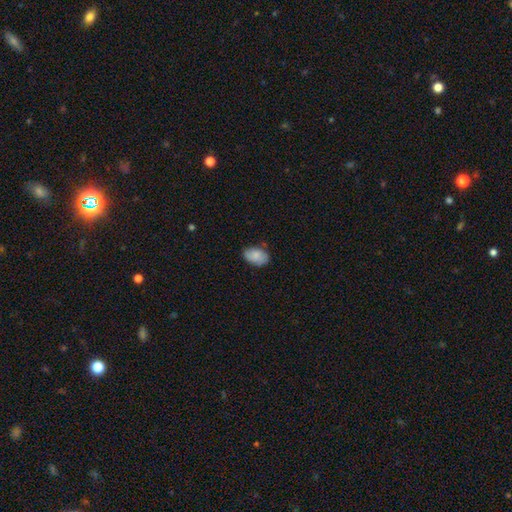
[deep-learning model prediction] smooth 80%, featured or disk 12%, star or artifact 7%. Down the decision tree: how rounded — in between (89%); merging — none (70%).